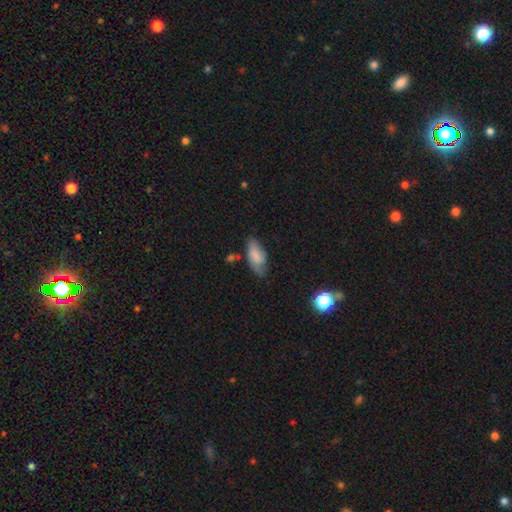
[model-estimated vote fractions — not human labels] A smooth galaxy with no disk features (73%) that is in between round and cigar-shaped (88%). Merging: none (53%).